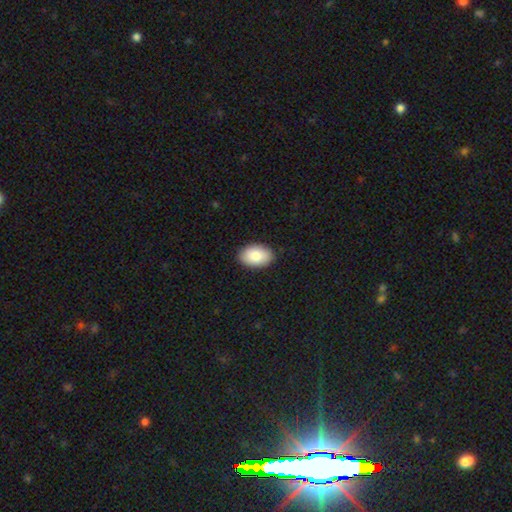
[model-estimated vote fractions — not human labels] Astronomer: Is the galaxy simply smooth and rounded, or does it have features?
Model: smooth — 87%.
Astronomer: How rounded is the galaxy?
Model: in between — 92%.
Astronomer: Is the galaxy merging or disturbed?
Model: none — 89%.